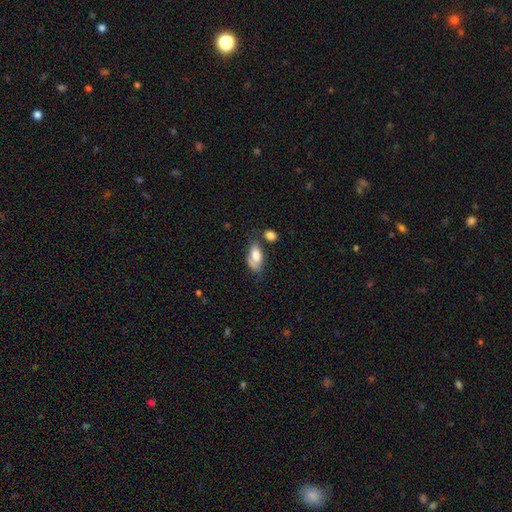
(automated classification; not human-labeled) Smooth or featured: smooth — 76% (featured or disk — 17%)
How rounded: in between — 90% (cigar-shaped — 6%)
Merging: none — 43% (minor disturbance — 29%)